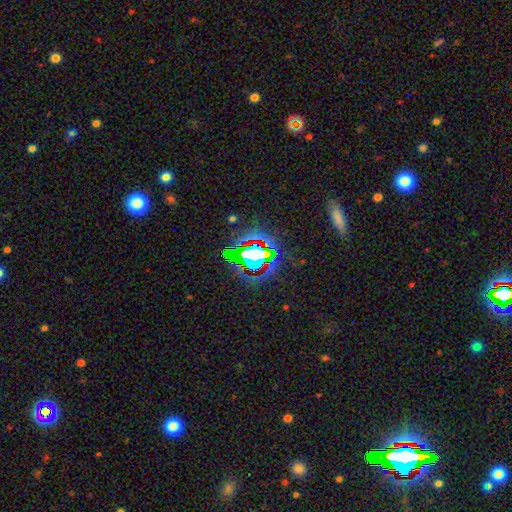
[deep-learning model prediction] Morphology: type=star or artifact (66%).